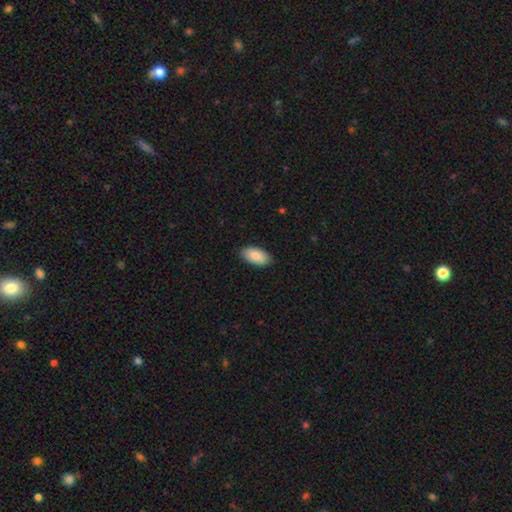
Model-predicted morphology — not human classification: A smooth galaxy with no disk features (88%) that is in between round and cigar-shaped (95%). Merging: none (88%).